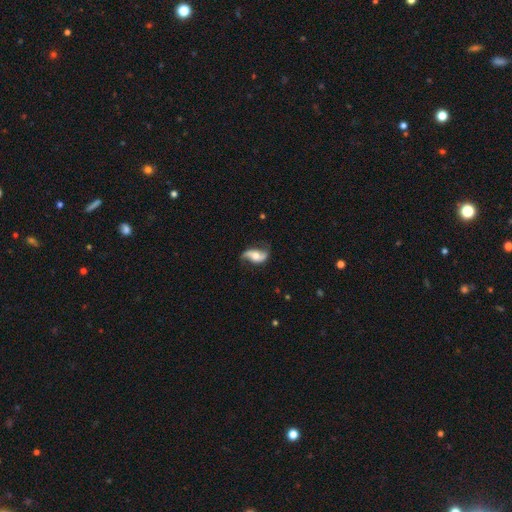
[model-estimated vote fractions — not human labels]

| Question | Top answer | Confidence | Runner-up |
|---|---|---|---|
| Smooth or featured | featured or disk | 76% | smooth (17%) |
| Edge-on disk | no | 94% | yes (6%) |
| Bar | no | 56% | weak (27%) |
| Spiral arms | yes | 92% | no (8%) |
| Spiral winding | loose | 77% | medium (17%) |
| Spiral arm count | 2 | 91% | 1 (3%) |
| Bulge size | moderate | 64% | small (22%) |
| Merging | none | 69% | minor disturbance (20%) |